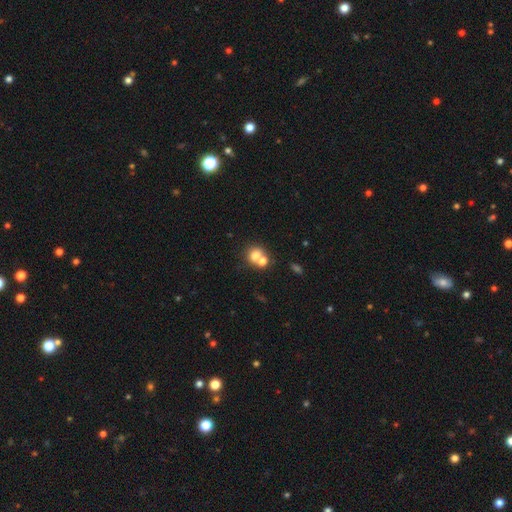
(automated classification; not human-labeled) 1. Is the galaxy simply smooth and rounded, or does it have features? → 72% smooth, 17% featured or disk, 12% star or artifact.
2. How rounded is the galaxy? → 72% round, 27% in between, 1% cigar-shaped.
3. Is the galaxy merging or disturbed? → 53% merger, 37% none, 7% minor disturbance, 3% major disturbance.